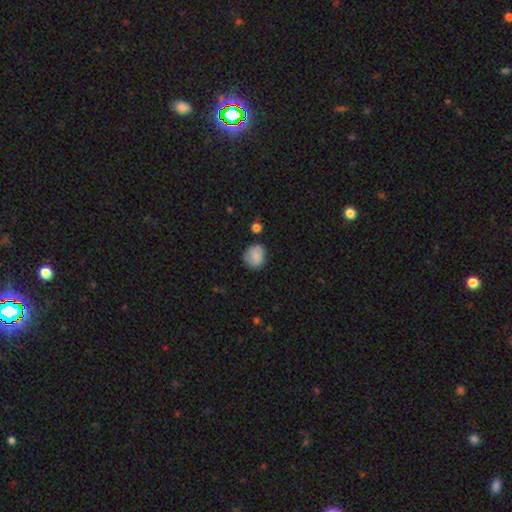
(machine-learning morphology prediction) Smooth or featured? Predicted: smooth (p=0.79). How rounded? Predicted: round (p=0.72). Merging? Predicted: none (p=0.70).